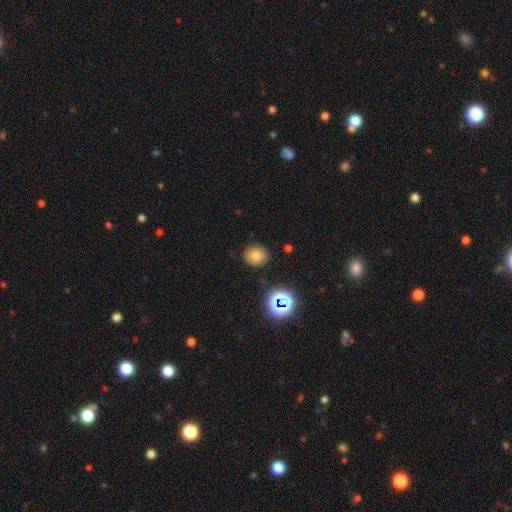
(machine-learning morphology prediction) Q: Smooth or featured?
A: smooth (74%); runner-up: star or artifact (18%)
Q: How rounded?
A: round (81%); runner-up: in between (18%)
Q: Merging?
A: none (87%); runner-up: minor disturbance (9%)